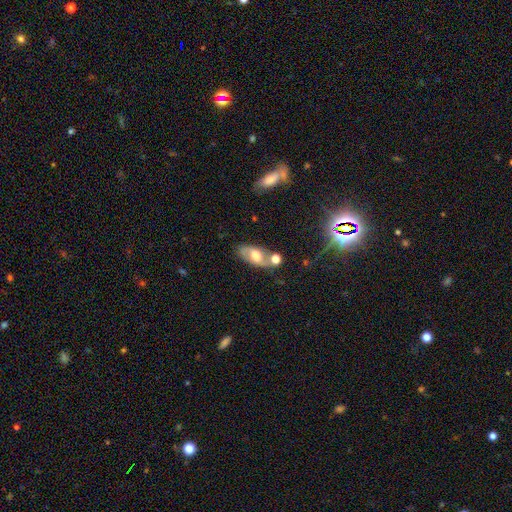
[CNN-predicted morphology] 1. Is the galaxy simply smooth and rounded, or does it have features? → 57% featured or disk, 35% smooth, 8% star or artifact.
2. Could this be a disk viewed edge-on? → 86% no, 14% yes.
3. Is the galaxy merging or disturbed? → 57% none, 20% merger, 17% minor disturbance, 6% major disturbance.